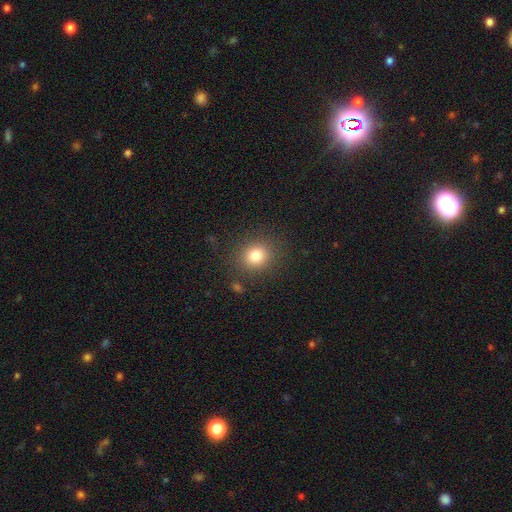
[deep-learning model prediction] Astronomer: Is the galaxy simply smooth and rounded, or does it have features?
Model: smooth — 81%.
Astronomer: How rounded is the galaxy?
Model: round — 77%.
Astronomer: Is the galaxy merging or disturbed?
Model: none — 85%.